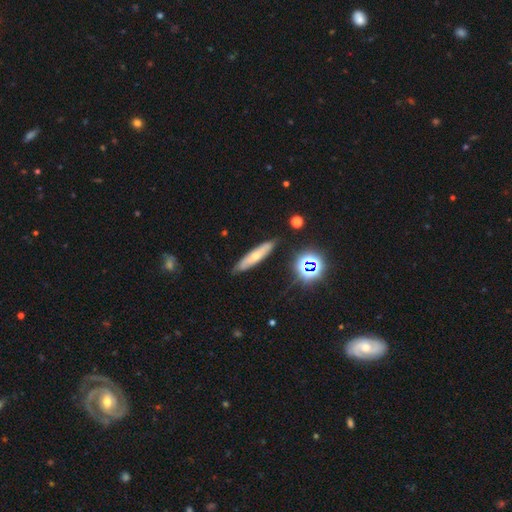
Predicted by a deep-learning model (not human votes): A smooth galaxy with no disk features (51%) that is cigar-shaped (80%). Merging: none (83%).